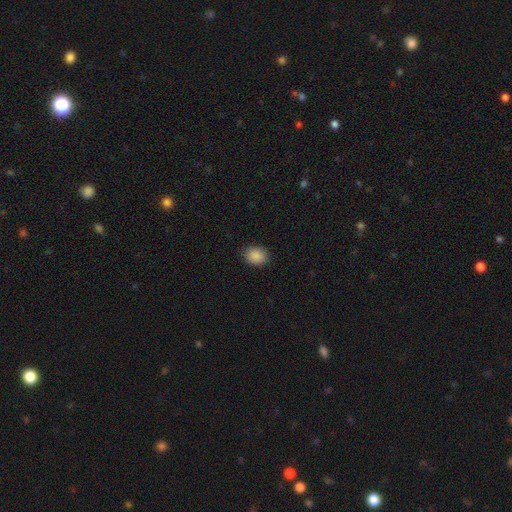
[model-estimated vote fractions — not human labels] The model was most divided on "how rounded": in between: 61%, round: 38%, cigar-shaped: 1%. More confident: smooth or featured — smooth (89%); merging — none (88%).